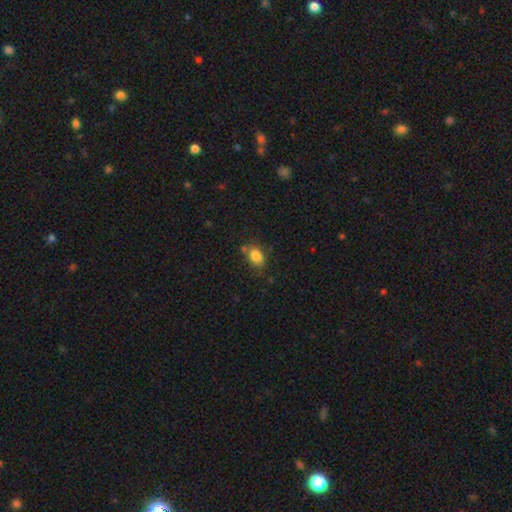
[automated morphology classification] Q: Smooth or featured?
A: smooth (84%); runner-up: star or artifact (10%)
Q: How rounded?
A: in between (71%); runner-up: round (27%)
Q: Merging?
A: none (67%); runner-up: minor disturbance (19%)